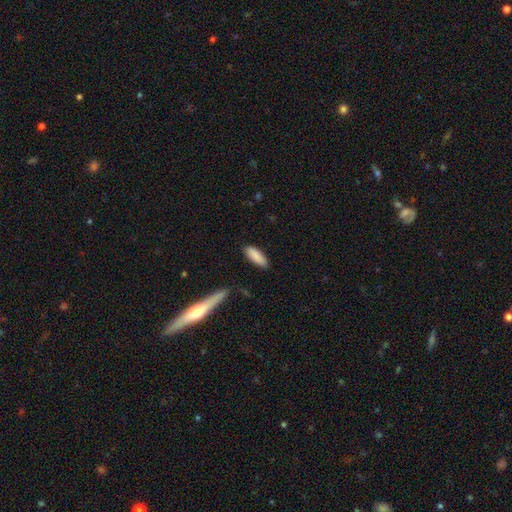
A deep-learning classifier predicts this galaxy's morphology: Smooth or featured? Predicted: smooth (p=0.87). How rounded? Predicted: in between (p=0.65). Merging? Predicted: none (p=0.84).